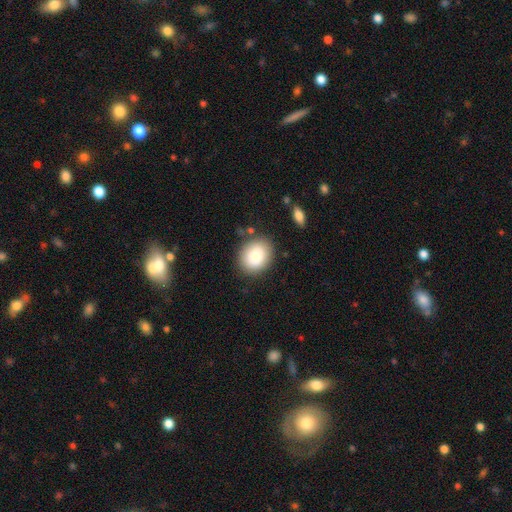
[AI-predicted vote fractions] Smooth or featured: smooth — 82% (featured or disk — 10%)
How rounded: round — 56% (in between — 43%)
Merging: none — 82% (minor disturbance — 11%)